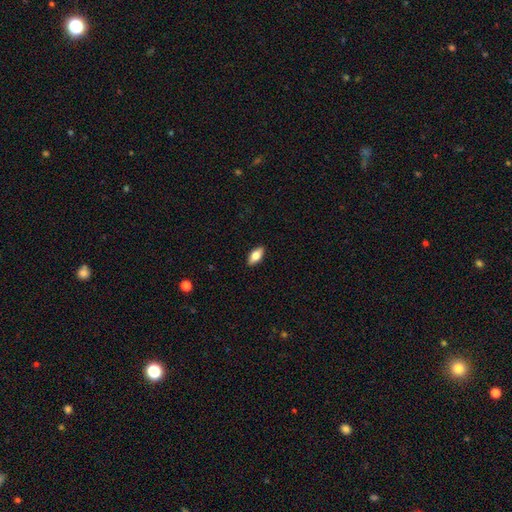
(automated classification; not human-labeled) smooth-or-featured: smooth: 71% | featured or disk: 22% | star or artifact: 7%
  how-rounded: in between: 86% | cigar-shaped: 11% | round: 3%
  merging: none: 89% | minor disturbance: 8% | major disturbance: 2% | merger: 1%